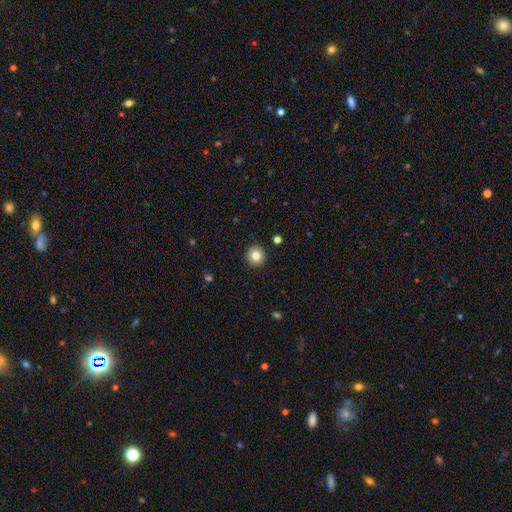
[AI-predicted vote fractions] Morphology: type=smooth (81%); roundness=round (91%); merging=none (92%).